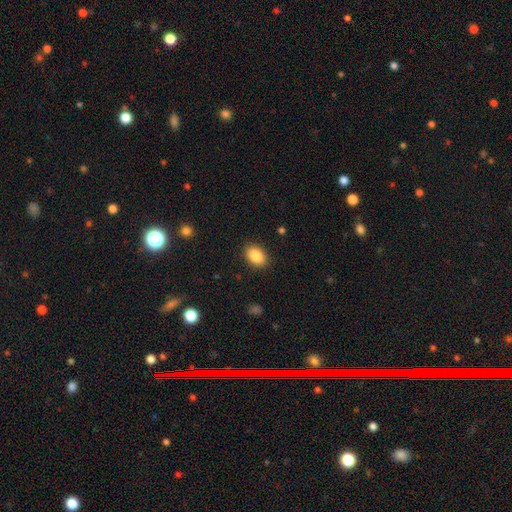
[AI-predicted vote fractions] smooth_or_featured: smooth (p=0.88) [alt: star or artifact p=0.08]
how_rounded: in between (p=0.86) [alt: round p=0.13]
merging: none (p=0.89) [alt: minor disturbance p=0.08]